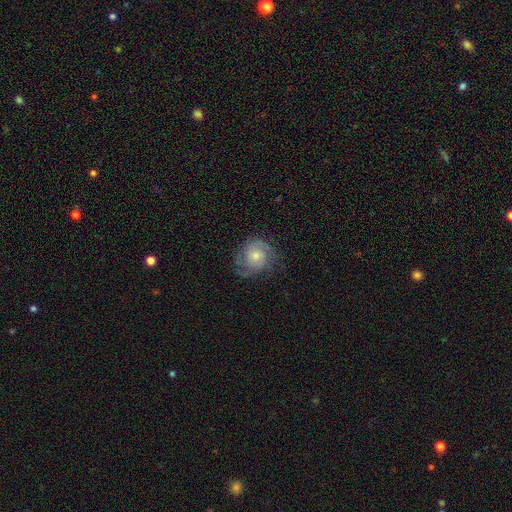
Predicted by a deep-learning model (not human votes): Smooth or featured? featured or disk (72%)
Edge-on disk? no (98%)
Bar? no (76%)
Spiral arms? yes (93%)
Spiral winding? medium (42%, tied with tight)
Spiral arm count? 2 (63%)
Bulge size? small (45%)
Merging? none (69%)